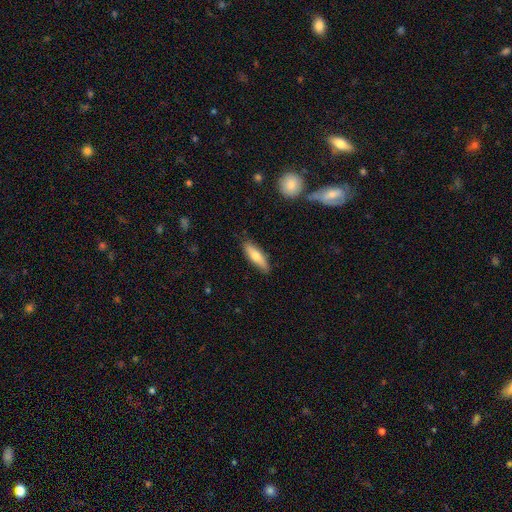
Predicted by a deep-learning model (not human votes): A smooth galaxy with no disk features (68%) that is cigar-shaped (59%).

Vote fractions:
- Smooth or featured? smooth: 68% / featured or disk: 26% / star or artifact: 6%
- How rounded? cigar-shaped: 59% / in between: 39% / round: 2%
- Merging? none: 85% / minor disturbance: 12% / major disturbance: 2% / merger: 1%